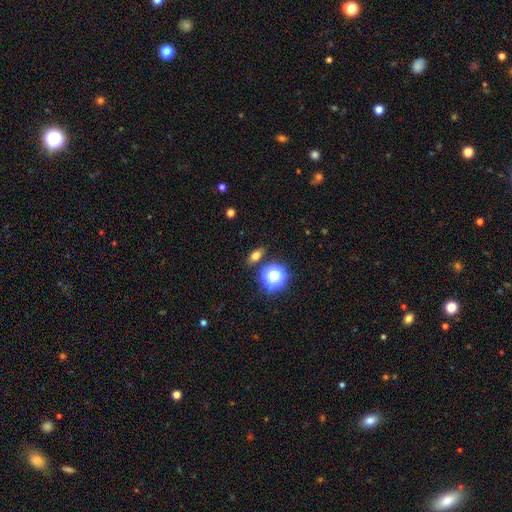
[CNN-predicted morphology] Overall: smooth (67%). How rounded: in between (69%). Merging: none (85%).